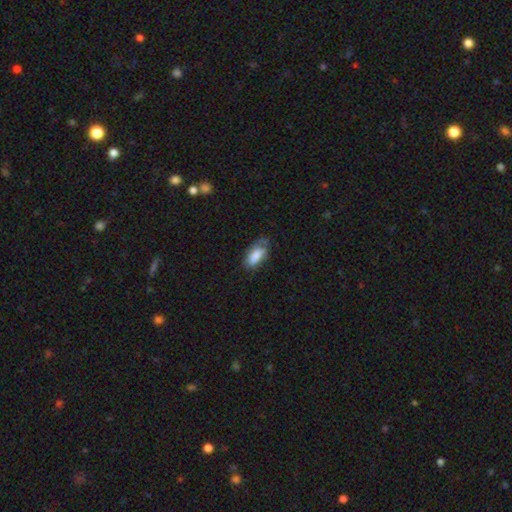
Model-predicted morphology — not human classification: Smooth or featured?
  - smooth: 74% *
  - featured or disk: 19%
  - star or artifact: 7%
How rounded?
  - in between: 89% *
  - cigar-shaped: 8%
  - round: 3%
Merging?
  - none: 47% *
  - minor disturbance: 34%
  - major disturbance: 17%
  - merger: 2%